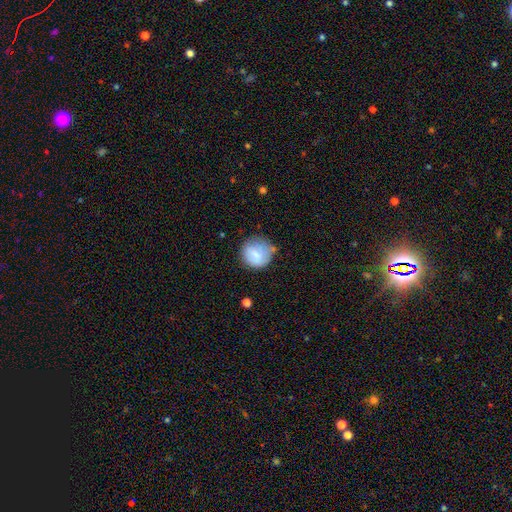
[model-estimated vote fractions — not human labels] Smooth or featured: smooth — 75% (featured or disk — 17%)
How rounded: round — 87% (in between — 12%)
Merging: none — 57% (minor disturbance — 29%)